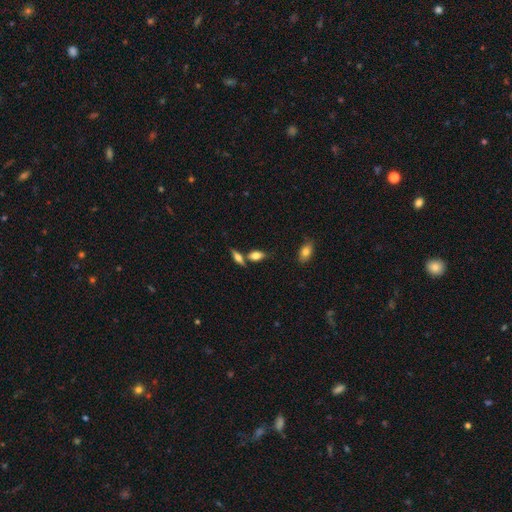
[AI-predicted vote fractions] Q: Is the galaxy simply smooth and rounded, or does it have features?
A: smooth — 68%.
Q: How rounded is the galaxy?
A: in between — 80%.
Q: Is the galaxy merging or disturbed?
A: none — 60%.